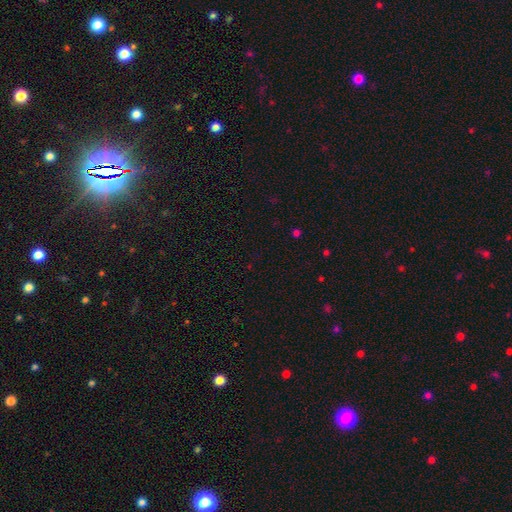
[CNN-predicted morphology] smooth-or-featured: star or artifact: 67% | smooth: 27% | featured or disk: 7%